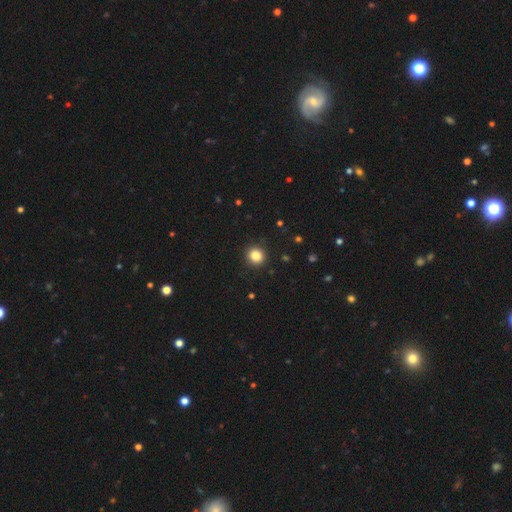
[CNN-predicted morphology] This appears to be a smooth galaxy with no disk features (85%) that is round (89%). Merging: none (91%).